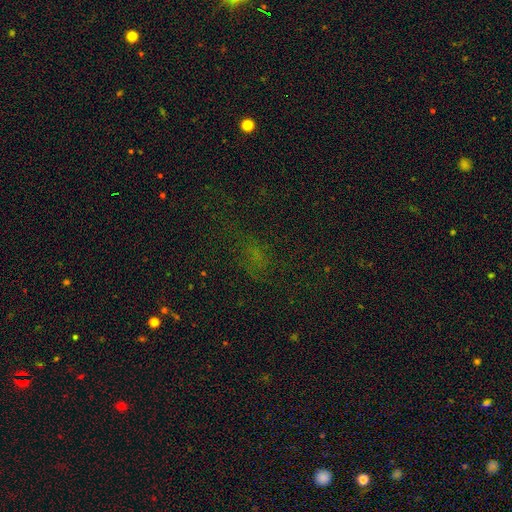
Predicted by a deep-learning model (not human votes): Smooth or featured? star or artifact (45%)